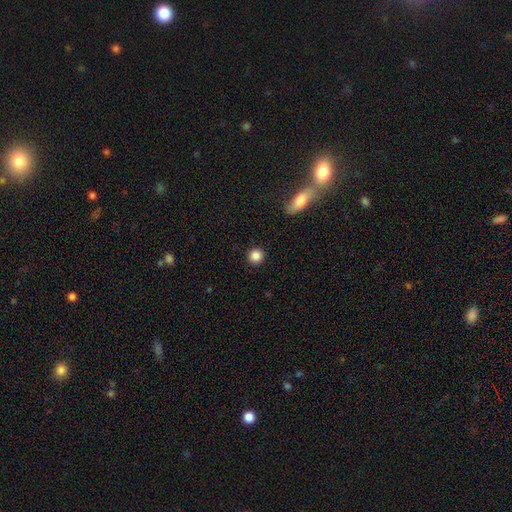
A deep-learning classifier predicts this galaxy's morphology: Smooth or featured: smooth — 86% (star or artifact — 10%)
How rounded: round — 94% (in between — 5%)
Merging: none — 92% (minor disturbance — 5%)